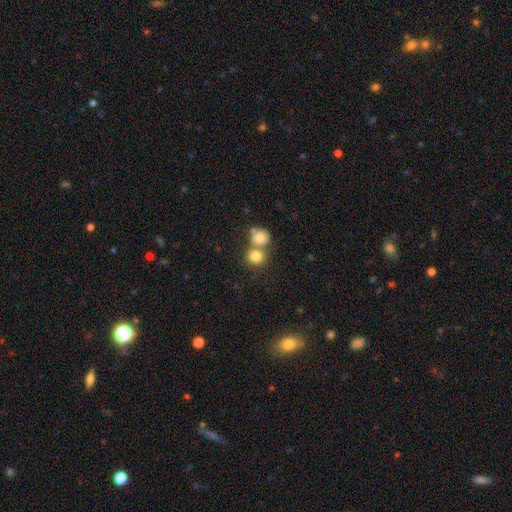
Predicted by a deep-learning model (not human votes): A smooth galaxy with no disk features (81%) that is round (82%). Merging: merger (48%).